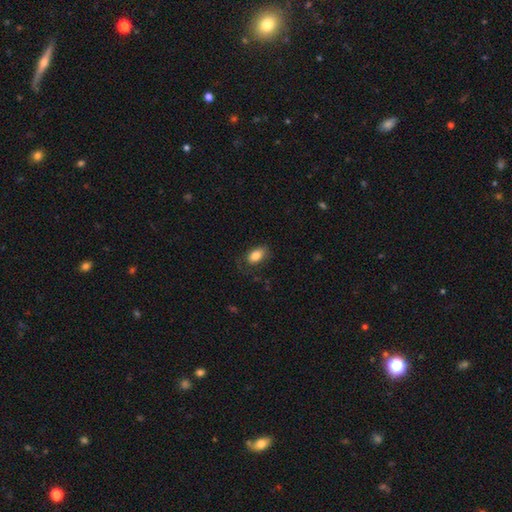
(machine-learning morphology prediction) smooth 83%, featured or disk 10%, star or artifact 8%. Down the decision tree: how rounded — in between (90%); merging — none (70%).